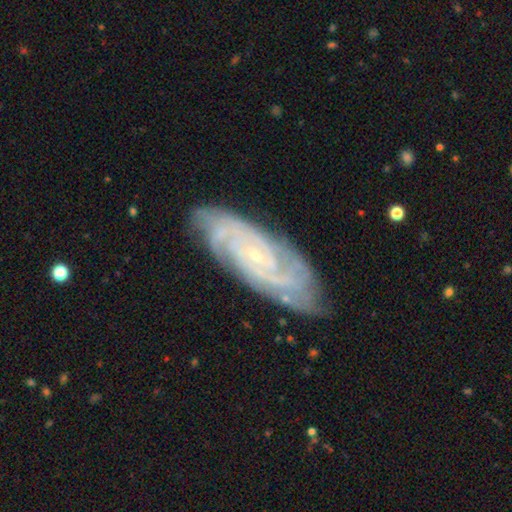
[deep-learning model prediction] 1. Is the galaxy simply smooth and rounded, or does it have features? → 87% featured or disk, 6% smooth, 6% star or artifact.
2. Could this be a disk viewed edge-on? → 92% no, 8% yes.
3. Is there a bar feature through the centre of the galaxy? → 65% no, 26% weak, 8% strong.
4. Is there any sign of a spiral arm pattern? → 98% yes, 2% no.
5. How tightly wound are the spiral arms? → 74% tight, 22% medium, 4% loose.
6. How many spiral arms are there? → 23% can't tell, 21% 2, 21% 4, 19% 3, 9% more than 4, 7% 1.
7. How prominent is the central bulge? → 86% small, 10% moderate, 3% none, 1% large, 1% dominant.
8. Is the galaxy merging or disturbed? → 81% none, 14% minor disturbance, 3% major disturbance, 1% merger.